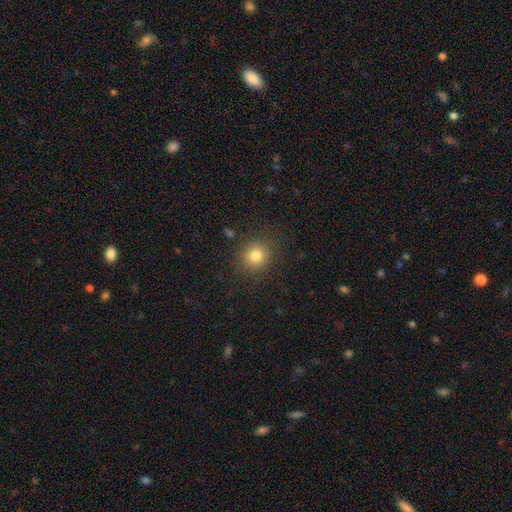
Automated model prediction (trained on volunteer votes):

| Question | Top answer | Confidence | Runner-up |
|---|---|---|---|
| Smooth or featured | smooth | 81% | star or artifact (13%) |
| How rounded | round | 85% | in between (14%) |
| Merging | none | 87% | minor disturbance (8%) |